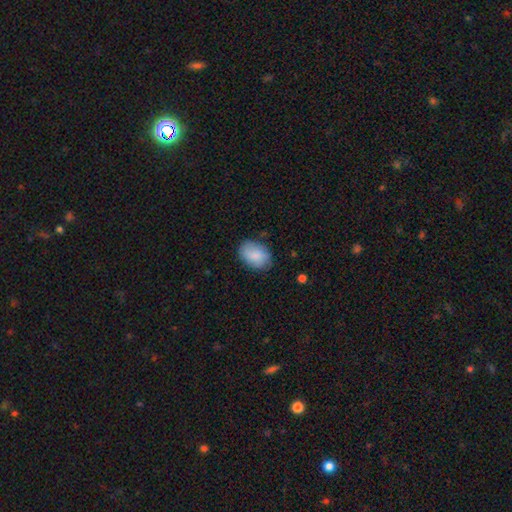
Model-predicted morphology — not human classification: Overall: smooth (85%). How rounded: in between (80%). Merging: none (77%).